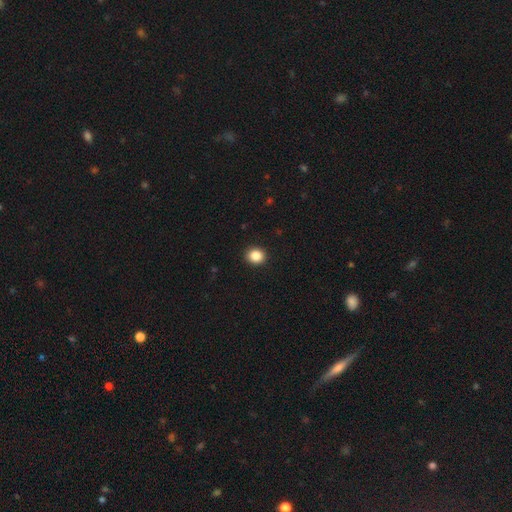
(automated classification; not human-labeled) smooth 86%, star or artifact 10%, featured or disk 4%. Down the decision tree: how rounded — round (77%); merging — none (93%).